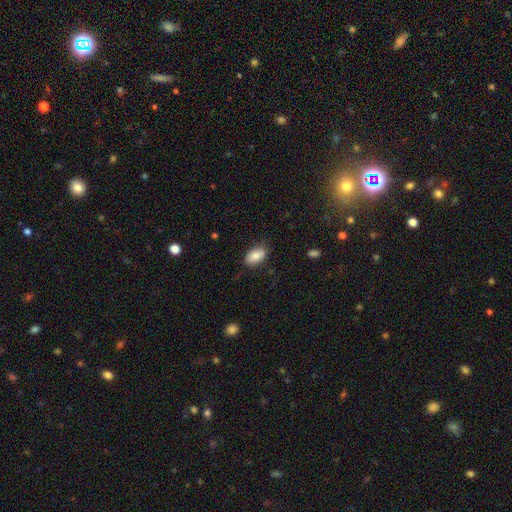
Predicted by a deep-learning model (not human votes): Smooth or featured? smooth (82%)
How rounded? in between (93%)
Merging? none (79%)